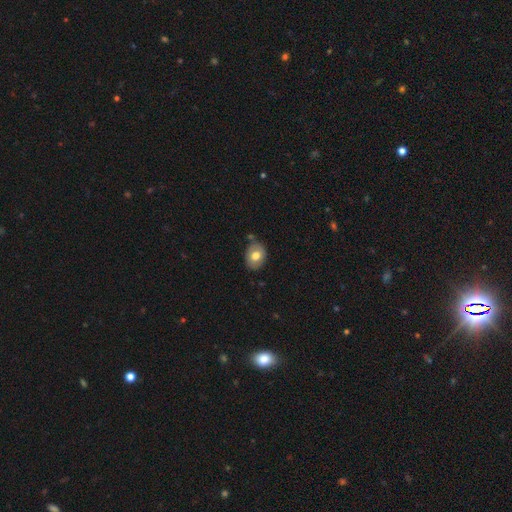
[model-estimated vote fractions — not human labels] Q: Smooth or featured?
A: smooth (71%); runner-up: featured or disk (21%)
Q: How rounded?
A: in between (61%); runner-up: round (38%)
Q: Merging?
A: none (76%); runner-up: minor disturbance (16%)